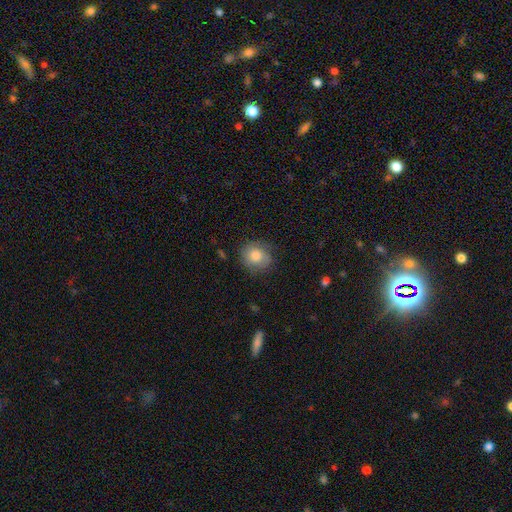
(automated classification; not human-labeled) smooth_or_featured: smooth (p=0.80) [alt: featured or disk p=0.12]
how_rounded: round (p=0.77) [alt: in between p=0.22]
merging: none (p=0.76) [alt: minor disturbance p=0.18]